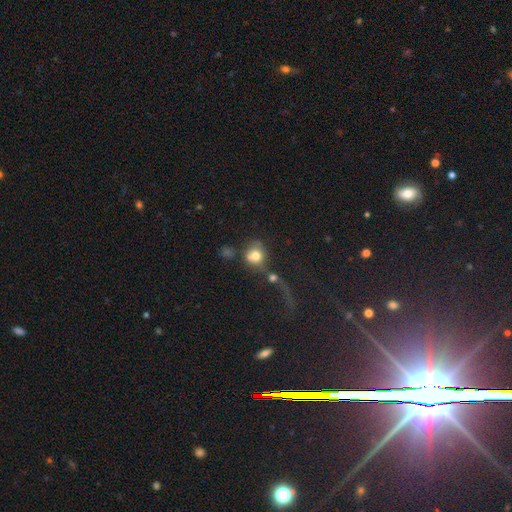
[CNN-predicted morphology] A smooth galaxy with no disk features (72%) that is round (78%).

Vote fractions:
- Smooth or featured? smooth: 72% / featured or disk: 16% / star or artifact: 12%
- How rounded? round: 78% / in between: 20% / cigar-shaped: 1%
- Merging? merger: 40% / none: 33% / major disturbance: 16% / minor disturbance: 11%